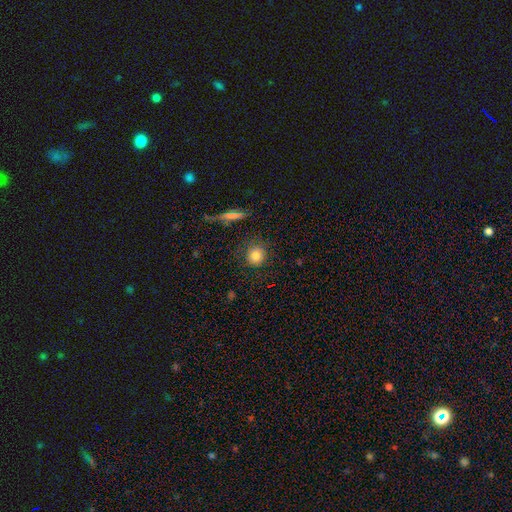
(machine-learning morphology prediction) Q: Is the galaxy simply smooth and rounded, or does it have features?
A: smooth — 82%.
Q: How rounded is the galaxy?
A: round — 88%.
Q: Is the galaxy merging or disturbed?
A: none — 83%.